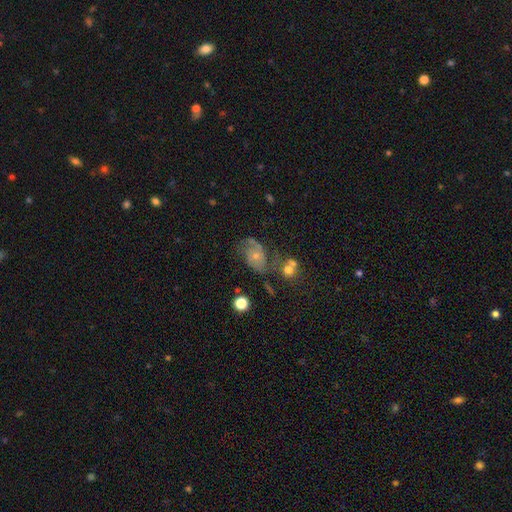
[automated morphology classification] A featured or disk galaxy (64%) with no bar (73%), 2 (70%) medium (44%) spiral arms (84%) and a small central bulge (62%). Merging: none (40%).